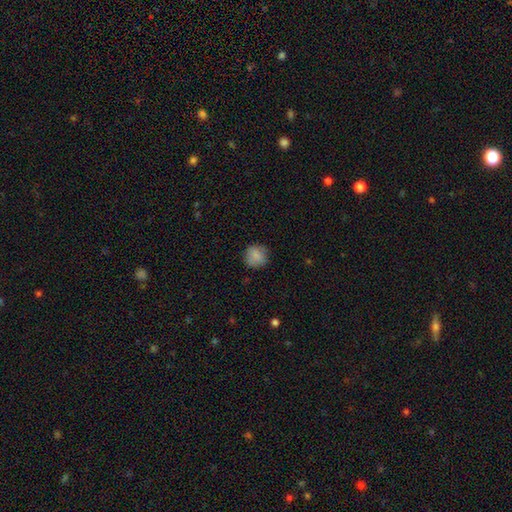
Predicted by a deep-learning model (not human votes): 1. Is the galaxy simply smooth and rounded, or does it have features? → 83% smooth, 9% star or artifact, 8% featured or disk.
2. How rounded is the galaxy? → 87% round, 12% in between, 1% cigar-shaped.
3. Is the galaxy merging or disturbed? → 81% none, 15% minor disturbance, 4% major disturbance, 1% merger.